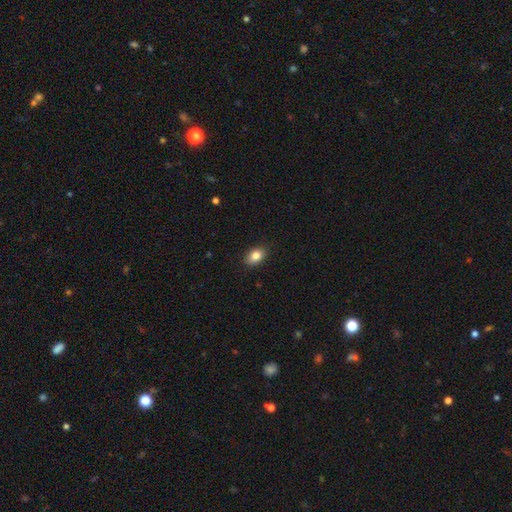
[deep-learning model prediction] This is clearly a smooth galaxy (84%). How rounded: clearly in between (83%). Merging: clearly none (87%).